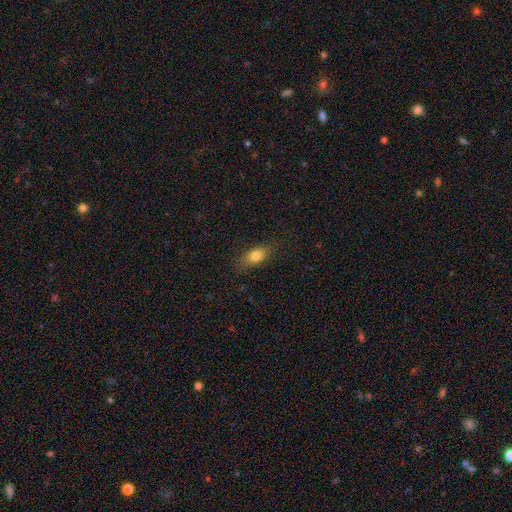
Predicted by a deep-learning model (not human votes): Smooth or featured? Predicted: smooth (p=0.79). How rounded? Predicted: in between (p=0.81). Merging? Predicted: none (p=0.81).